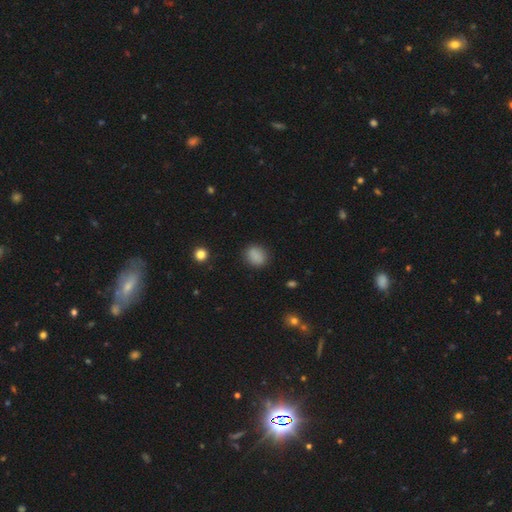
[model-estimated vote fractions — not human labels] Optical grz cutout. It shows a smooth galaxy with no disk features (86%) that is round (51%). Merging: none (84%).